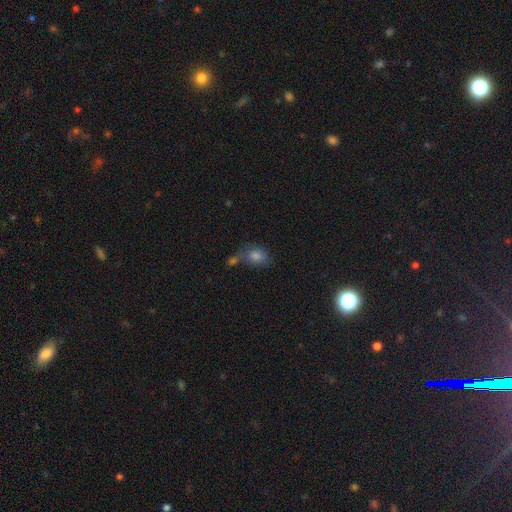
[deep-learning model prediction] smooth-or-featured: smooth: 75% | star or artifact: 15% | featured or disk: 10%
  how-rounded: in between: 51% | round: 48% | cigar-shaped: 2%
  merging: none: 52% | merger: 23% | minor disturbance: 18% | major disturbance: 8%